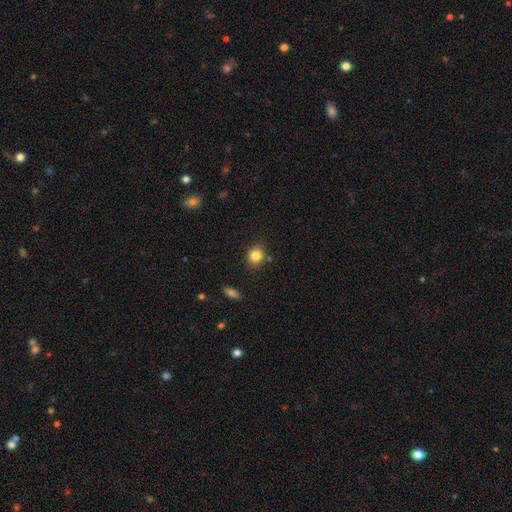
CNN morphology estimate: type=smooth (83%); roundness=round (79%); merging=none (83%).